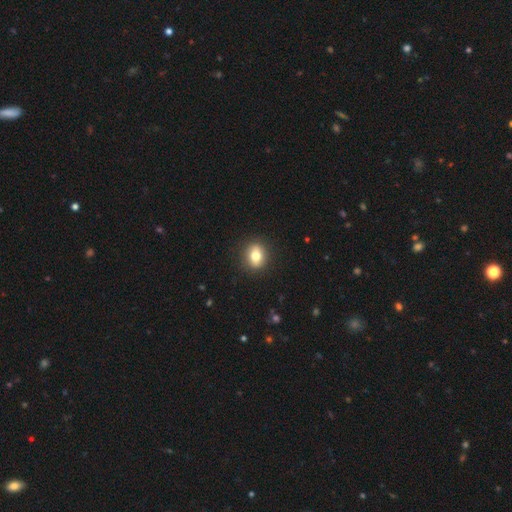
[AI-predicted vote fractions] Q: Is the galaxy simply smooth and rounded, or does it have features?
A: smooth — 76%.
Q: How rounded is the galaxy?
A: round — 54%.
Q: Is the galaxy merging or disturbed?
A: none — 89%.